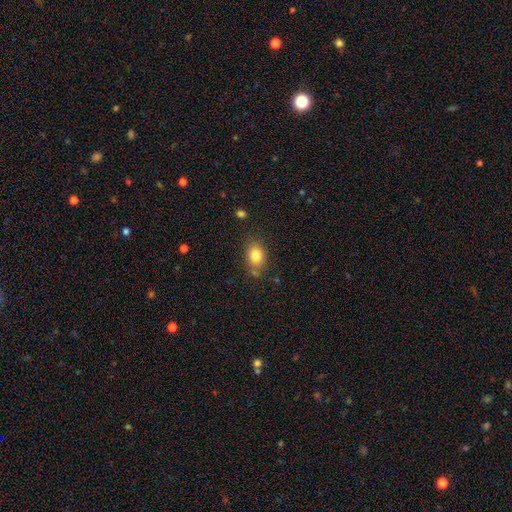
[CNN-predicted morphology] type=smooth (82%); roundness=in between (66%); merging=none (74%).